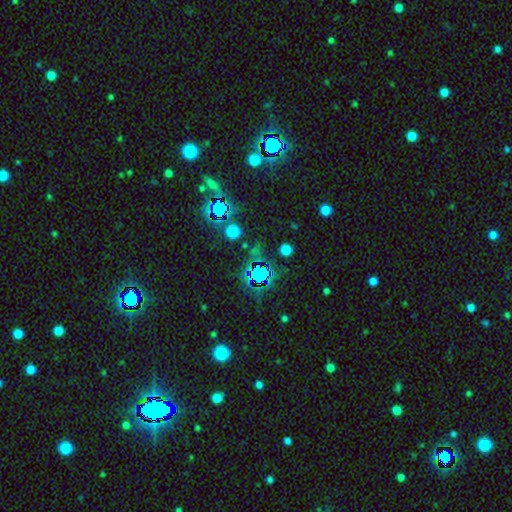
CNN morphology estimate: A star or artifact, not a galaxy (79%).